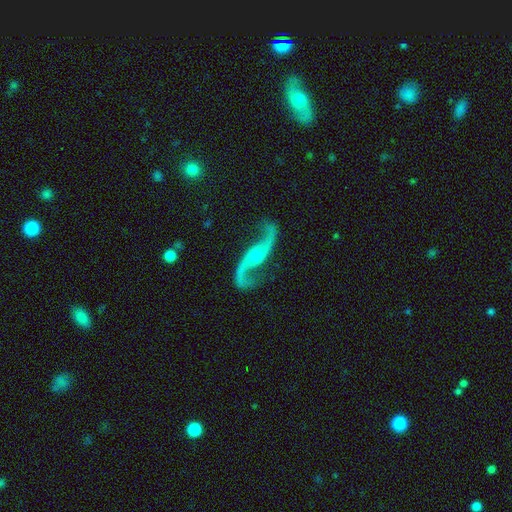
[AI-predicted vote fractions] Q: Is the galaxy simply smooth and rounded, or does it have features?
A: featured or disk — 93%.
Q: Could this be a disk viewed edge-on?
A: no — 94%.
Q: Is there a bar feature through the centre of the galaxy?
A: no — 51%.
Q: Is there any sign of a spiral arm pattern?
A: yes — 98%.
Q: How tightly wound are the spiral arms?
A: loose — 87%.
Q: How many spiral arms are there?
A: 2 — 95%.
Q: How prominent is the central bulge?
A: moderate — 50%.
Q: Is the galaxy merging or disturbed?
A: none — 80%.